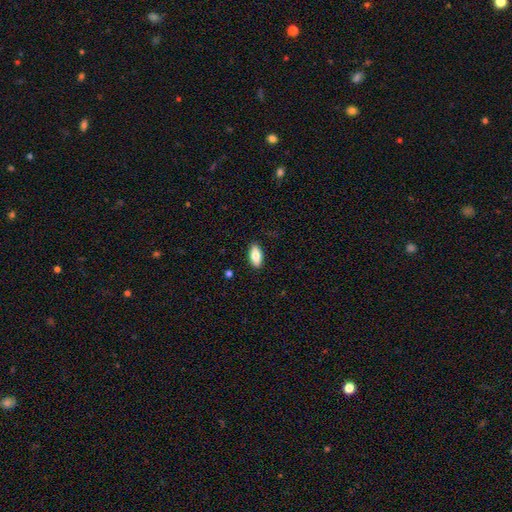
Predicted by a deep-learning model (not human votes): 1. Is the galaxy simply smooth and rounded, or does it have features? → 80% smooth, 13% featured or disk, 6% star or artifact.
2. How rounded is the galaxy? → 84% in between, 13% cigar-shaped, 3% round.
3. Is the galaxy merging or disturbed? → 88% none, 9% minor disturbance, 2% major disturbance, 1% merger.